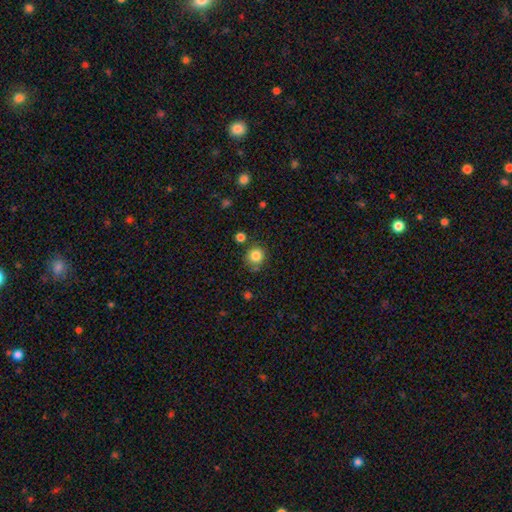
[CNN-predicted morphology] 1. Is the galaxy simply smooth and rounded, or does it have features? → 83% smooth, 11% star or artifact, 6% featured or disk.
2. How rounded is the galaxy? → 88% round, 11% in between, 1% cigar-shaped.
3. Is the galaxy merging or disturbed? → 75% none, 14% minor disturbance, 7% merger, 4% major disturbance.